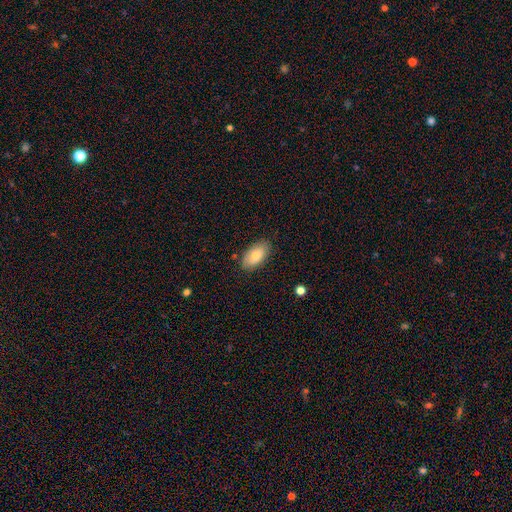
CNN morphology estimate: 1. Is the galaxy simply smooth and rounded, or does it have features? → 79% smooth, 14% featured or disk, 7% star or artifact.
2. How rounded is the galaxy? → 94% in between, 3% cigar-shaped, 3% round.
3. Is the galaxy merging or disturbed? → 82% none, 14% minor disturbance, 3% major disturbance, 1% merger.